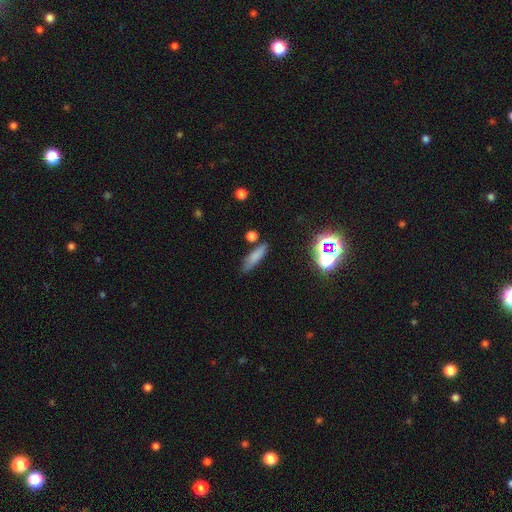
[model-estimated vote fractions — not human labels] Q: Smooth or featured?
A: smooth (75%); runner-up: featured or disk (13%)
Q: How rounded?
A: cigar-shaped (66%); runner-up: in between (30%)
Q: Merging?
A: none (75%); runner-up: minor disturbance (14%)